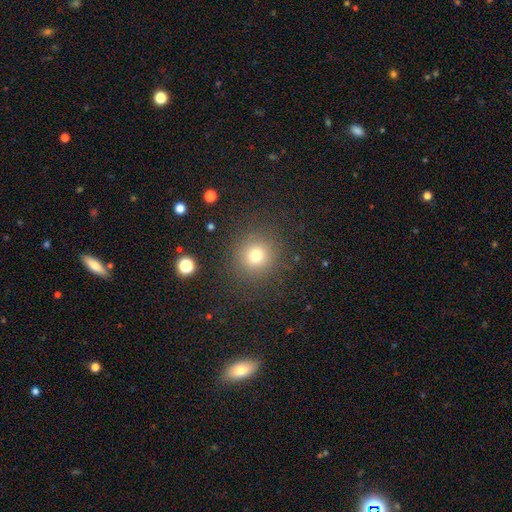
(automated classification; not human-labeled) Smooth or featured?
  - smooth: 74% *
  - star or artifact: 17%
  - featured or disk: 9%
How rounded?
  - round: 92% *
  - in between: 7%
  - cigar-shaped: 1%
Merging?
  - none: 87% *
  - minor disturbance: 8%
  - major disturbance: 4%
  - merger: 2%